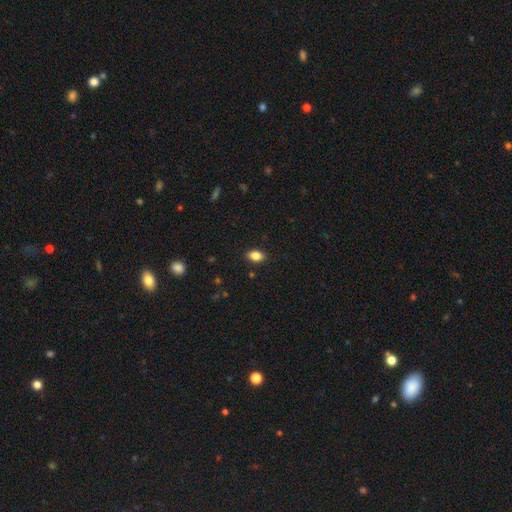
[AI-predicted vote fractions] Morphology: type=smooth (85%); roundness=in between (86%); merging=none (88%).